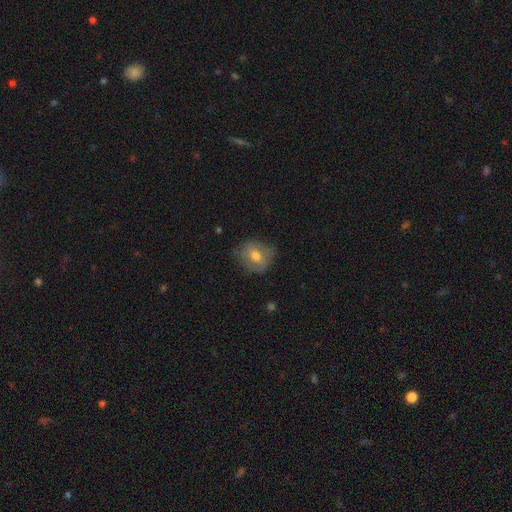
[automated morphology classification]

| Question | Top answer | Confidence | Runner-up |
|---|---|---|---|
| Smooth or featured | smooth | 59% | featured or disk (32%) |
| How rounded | round | 62% | in between (37%) |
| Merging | none | 65% | minor disturbance (25%) |